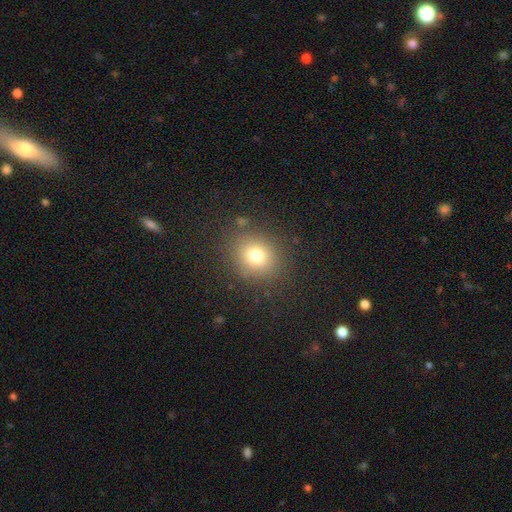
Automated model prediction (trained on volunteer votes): smooth_or_featured: smooth (p=0.75) [alt: star or artifact p=0.15]
how_rounded: round (p=0.75) [alt: in between p=0.24]
merging: none (p=0.84) [alt: minor disturbance p=0.09]